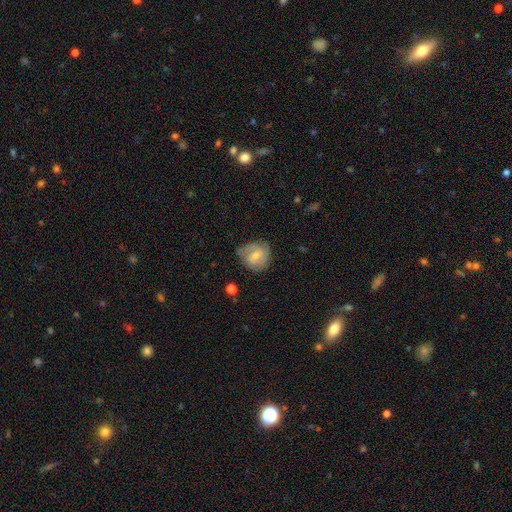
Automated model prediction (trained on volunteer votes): Smooth or featured: featured or disk — 48% (smooth — 45%)
Merging: none — 59% (minor disturbance — 29%)